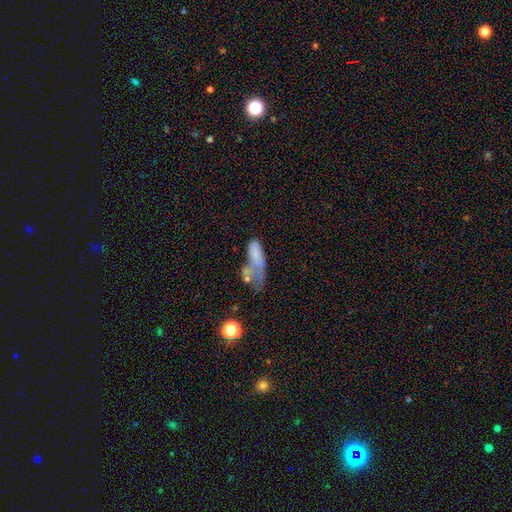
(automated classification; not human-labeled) Smooth or featured? smooth (56%)
How rounded? in between (72%)
Merging? major disturbance (39%)